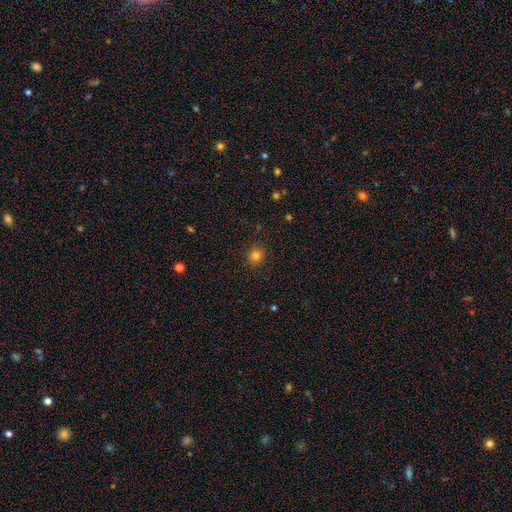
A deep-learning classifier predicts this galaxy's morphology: Smooth or featured? Predicted: smooth (p=0.81). How rounded? Predicted: round (p=0.82). Merging? Predicted: none (p=0.89).